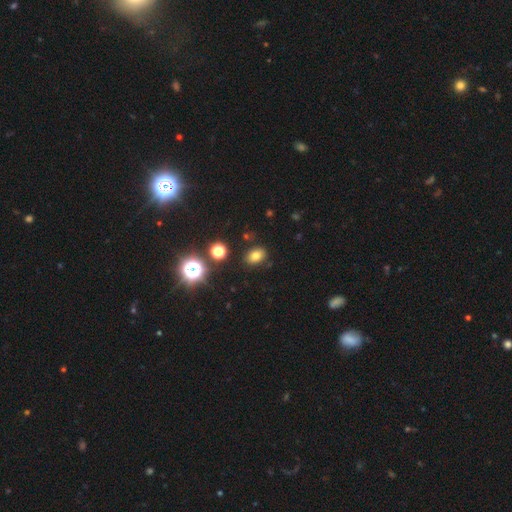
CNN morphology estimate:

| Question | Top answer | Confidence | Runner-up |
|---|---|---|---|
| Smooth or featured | smooth | 74% | star or artifact (17%) |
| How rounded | in between | 73% | round (26%) |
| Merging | none | 86% | minor disturbance (9%) |